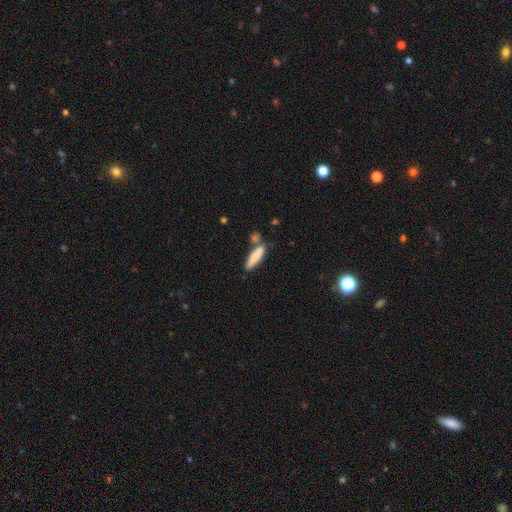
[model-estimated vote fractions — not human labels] Smooth or featured?
  - smooth: 81% *
  - featured or disk: 13%
  - star or artifact: 6%
How rounded?
  - cigar-shaped: 76% *
  - in between: 23%
  - round: 2%
Merging?
  - none: 63% *
  - merger: 17%
  - minor disturbance: 16%
  - major disturbance: 4%